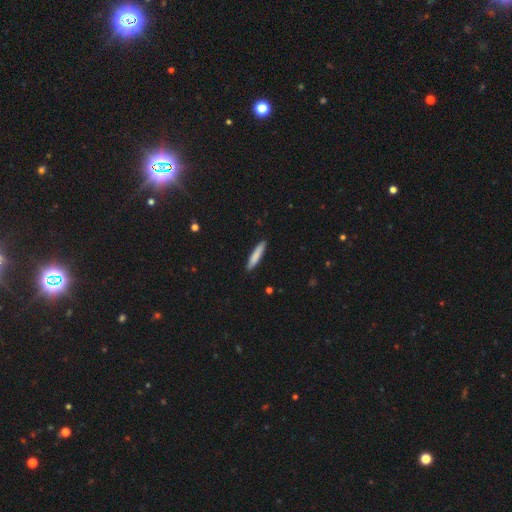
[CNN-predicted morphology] type=smooth (82%); roundness=cigar-shaped (90%); merging=none (89%).